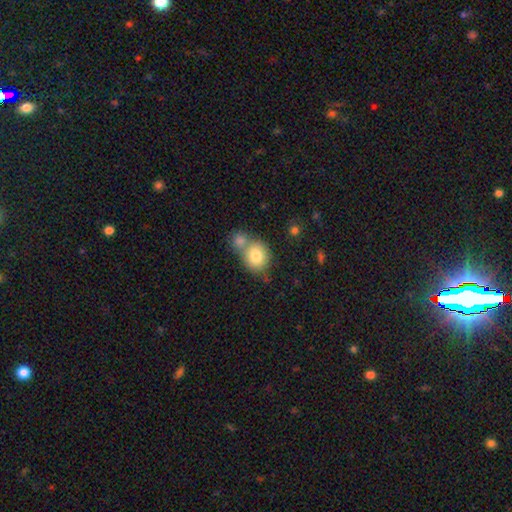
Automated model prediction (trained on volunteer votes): This appears to be a smooth galaxy with no disk features (80%) that is round (69%). Merging: merger (45%).